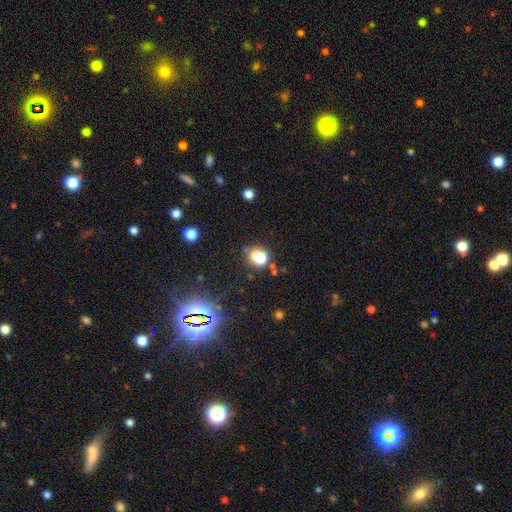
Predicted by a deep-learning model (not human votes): A smooth galaxy with no disk features (71%) that is round (54%). Merging: none (63%).